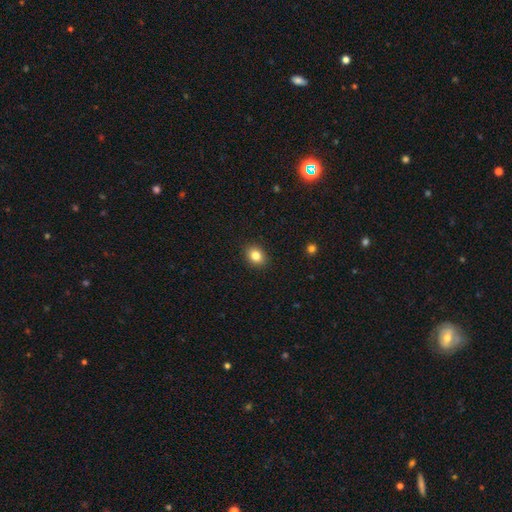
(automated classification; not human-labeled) Overall: smooth (83%). How rounded: in between (51%; round 48%). Merging: none (90%).